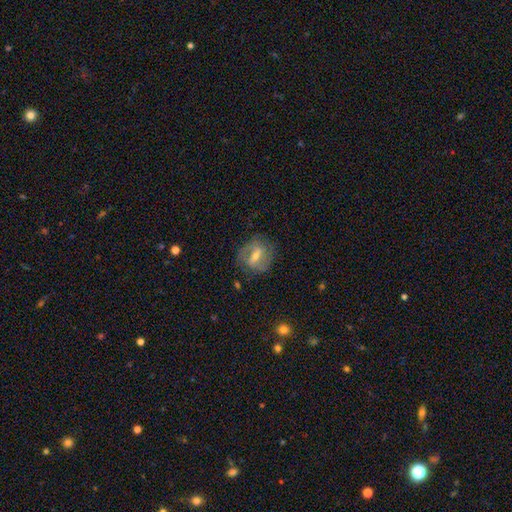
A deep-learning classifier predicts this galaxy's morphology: type=featured or disk (63%); edge-on=no (94%); bar=strong (43%); spiral arms=yes (71%); bulge=moderate (50%); merging=none (71%).